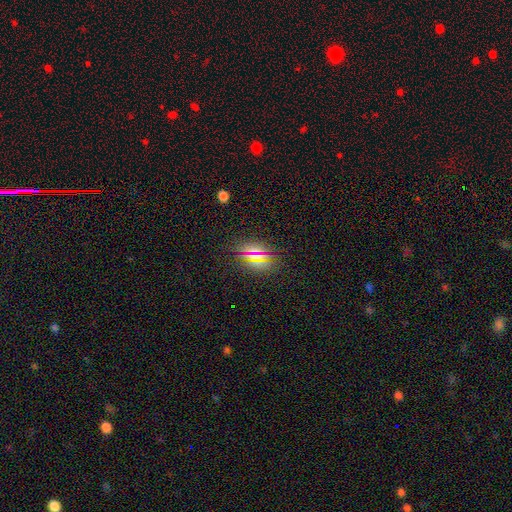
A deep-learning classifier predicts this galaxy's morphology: A smooth galaxy with no disk features (49%). Merging: none (81%).